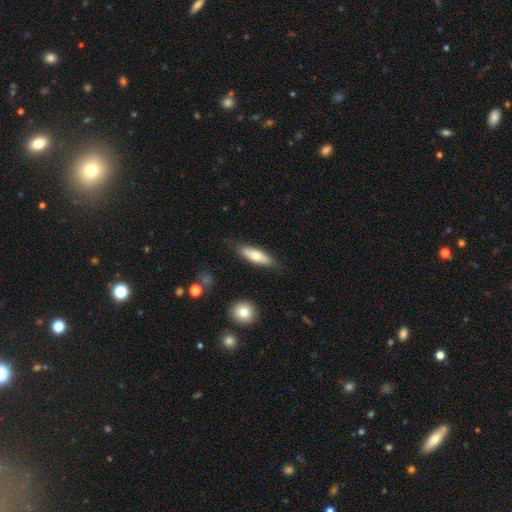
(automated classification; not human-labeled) Smooth or featured? smooth (67%)
How rounded? cigar-shaped (50%)
Merging? none (82%)